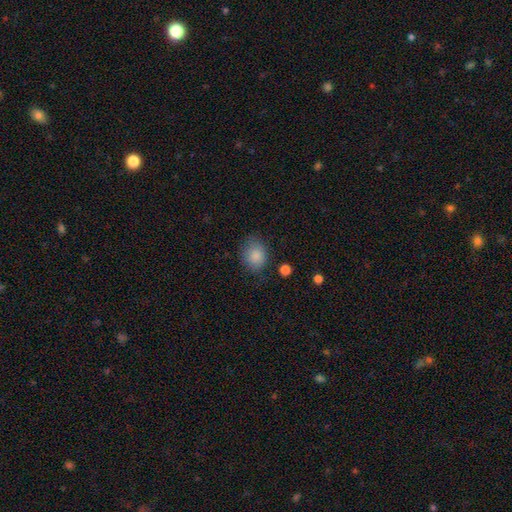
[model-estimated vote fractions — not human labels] Q: Smooth or featured?
A: smooth (86%); runner-up: star or artifact (9%)
Q: How rounded?
A: round (50%); runner-up: in between (49%)
Q: Merging?
A: none (74%); runner-up: minor disturbance (18%)